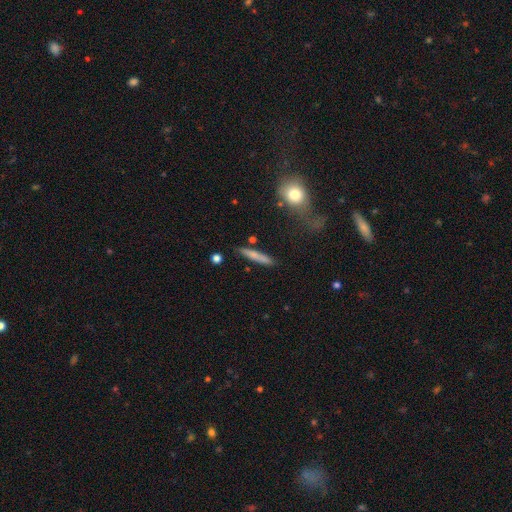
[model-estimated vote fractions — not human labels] Smooth or featured: smooth — 71% (featured or disk — 22%)
How rounded: cigar-shaped — 91% (in between — 7%)
Merging: none — 84% (minor disturbance — 10%)